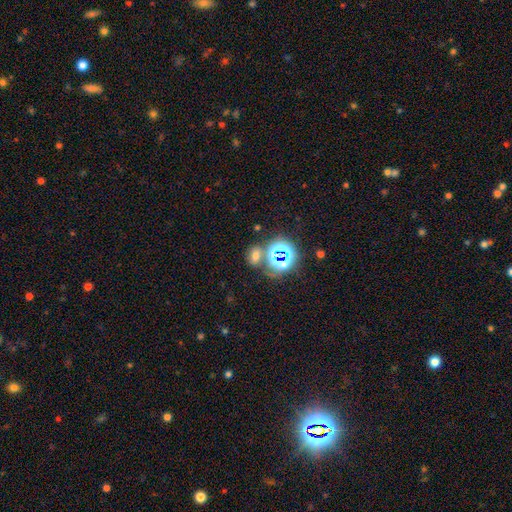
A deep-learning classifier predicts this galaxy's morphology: type=smooth (52%); roundness=in between (69%); merging=none (66%).